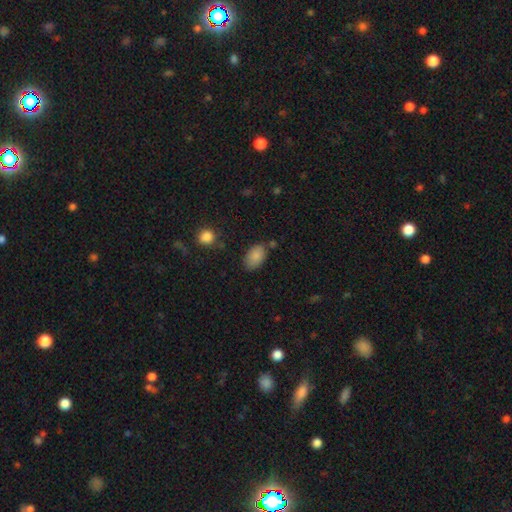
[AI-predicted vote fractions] Overall: smooth (85%). How rounded: in between (90%). Merging: none (72%).